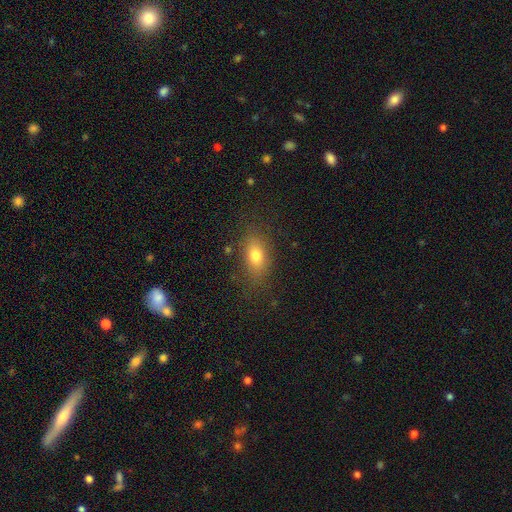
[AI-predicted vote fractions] smooth_or_featured: smooth (p=0.77) [alt: featured or disk p=0.12]
how_rounded: in between (p=0.82) [alt: round p=0.13]
merging: none (p=0.79) [alt: minor disturbance p=0.14]